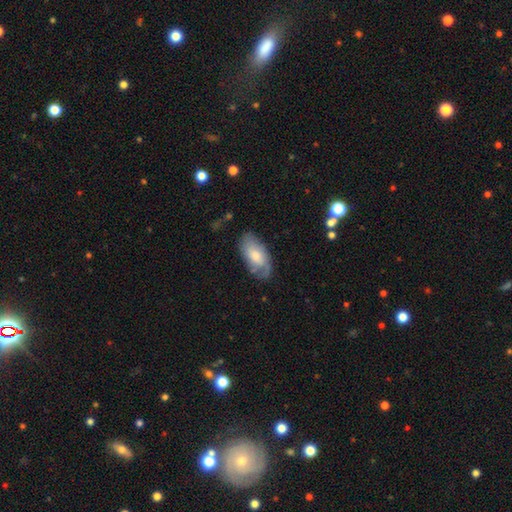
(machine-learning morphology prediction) Smooth or featured: smooth — 57% (featured or disk — 37%)
How rounded: in between — 93% (cigar-shaped — 4%)
Merging: none — 63% (minor disturbance — 25%)